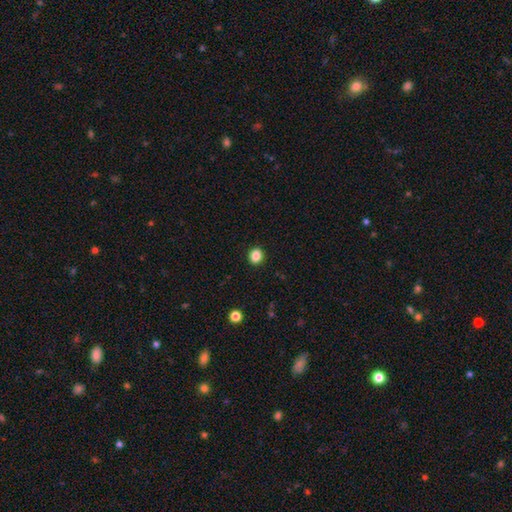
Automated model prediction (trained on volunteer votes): Smooth or featured: smooth — 86% (star or artifact — 11%)
How rounded: round — 65% (in between — 34%)
Merging: none — 92% (minor disturbance — 6%)